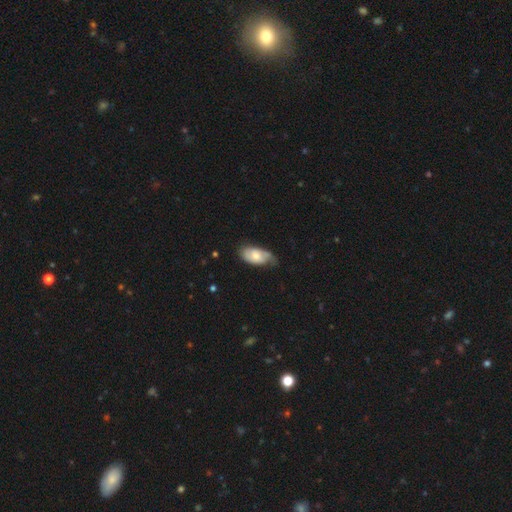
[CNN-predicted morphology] Smooth or featured?
  - smooth: 55% *
  - featured or disk: 39%
  - star or artifact: 6%
How rounded?
  - in between: 92% *
  - cigar-shaped: 4%
  - round: 3%
Merging?
  - none: 52% *
  - minor disturbance: 36%
  - major disturbance: 10%
  - merger: 2%